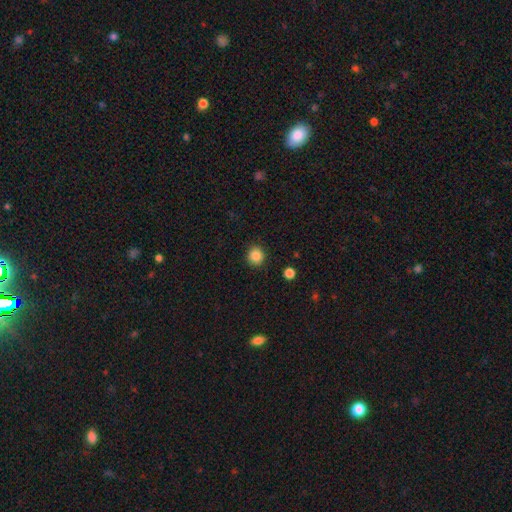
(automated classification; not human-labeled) Morphology: type=smooth (86%); roundness=round (90%); merging=none (90%).